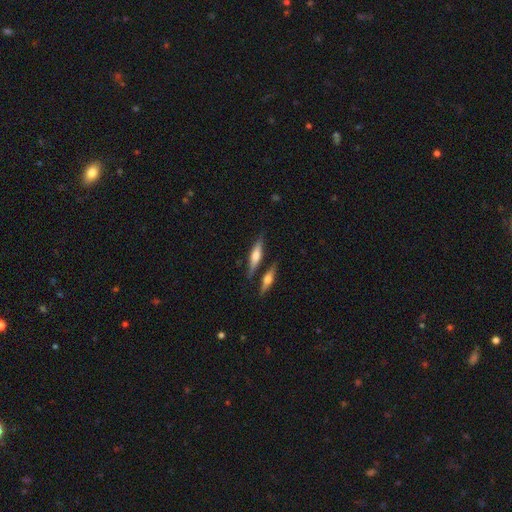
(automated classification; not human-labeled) The model was most divided on "smooth or featured": featured or disk: 55%, smooth: 38%, star or artifact: 7%. More confident: edge-on disk — yes (95%); edge-on bulge — rounded (85%); merging — none (75%).